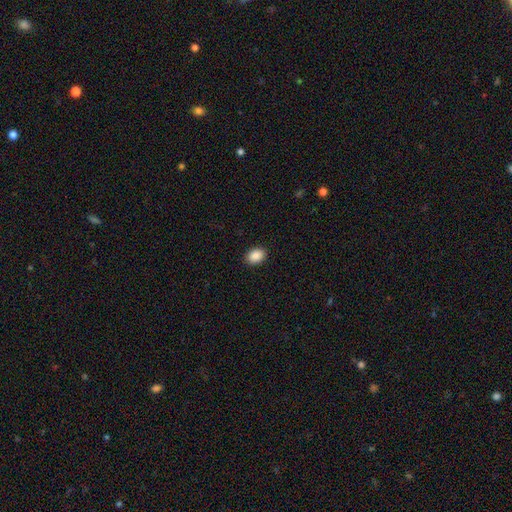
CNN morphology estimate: The model was most divided on "how rounded": in between: 74%, round: 25%, cigar-shaped: 1%. More confident: merging — none (91%); smooth or featured — smooth (89%).